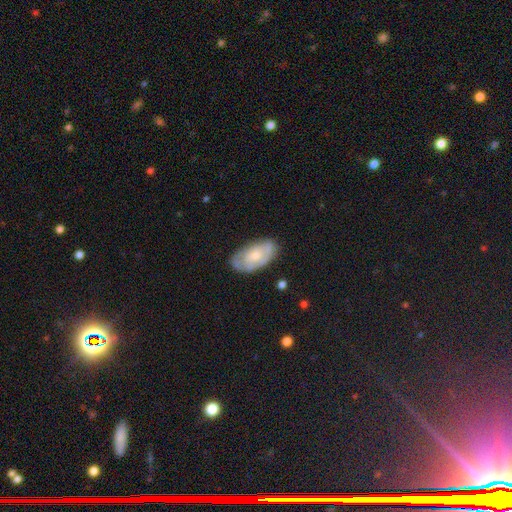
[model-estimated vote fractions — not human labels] Smooth or featured: smooth — 48% (featured or disk — 46%)
Merging: none — 72% (minor disturbance — 21%)